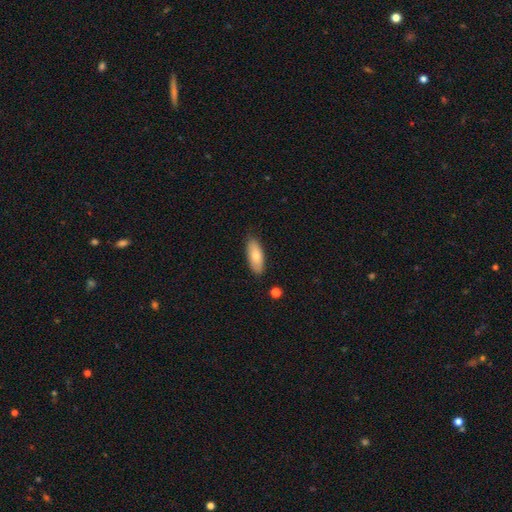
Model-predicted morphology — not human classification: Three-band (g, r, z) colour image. It shows a smooth galaxy with no disk features (77%) that is in between round and cigar-shaped (78%). Merging: none (84%).